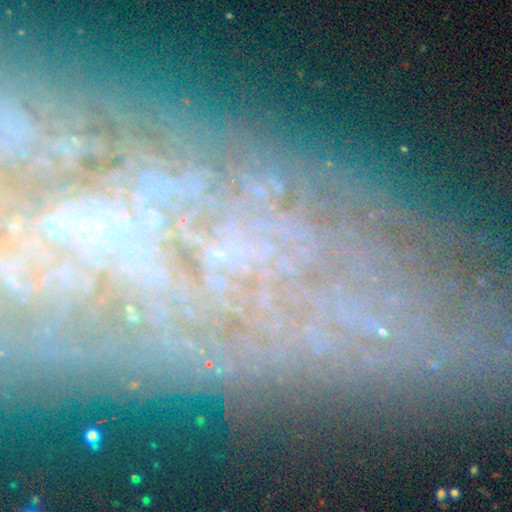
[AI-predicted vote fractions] This appears to be a star or artifact, not a galaxy (57%).